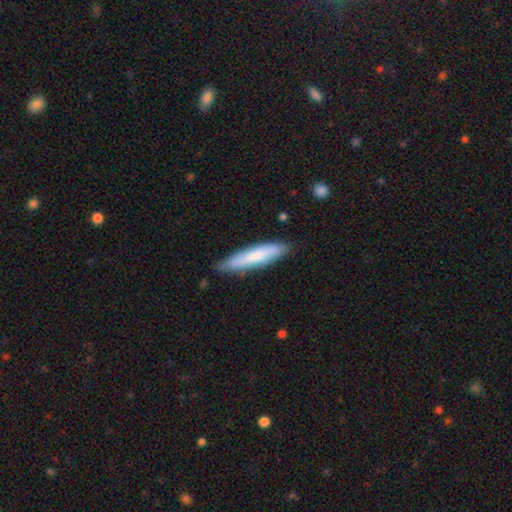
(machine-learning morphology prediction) Smooth or featured: smooth — 74% (featured or disk — 20%)
How rounded: cigar-shaped — 86% (in between — 13%)
Merging: none — 83% (minor disturbance — 14%)